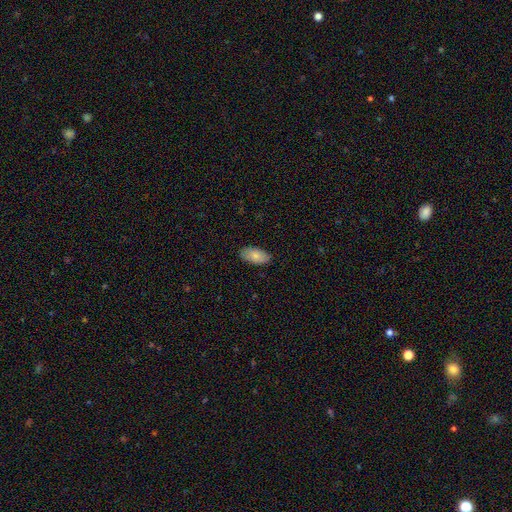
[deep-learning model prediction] Smooth or featured: smooth — 83% (featured or disk — 11%)
How rounded: in between — 94% (cigar-shaped — 4%)
Merging: none — 87% (minor disturbance — 10%)